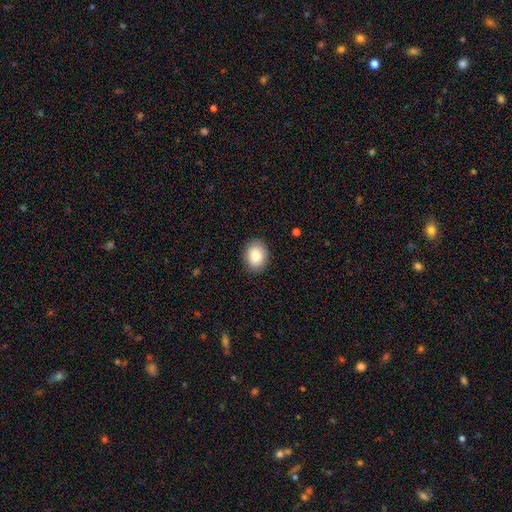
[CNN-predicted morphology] Smooth or featured: smooth — 88% (star or artifact — 7%)
How rounded: in between — 63% (round — 36%)
Merging: none — 88% (minor disturbance — 9%)